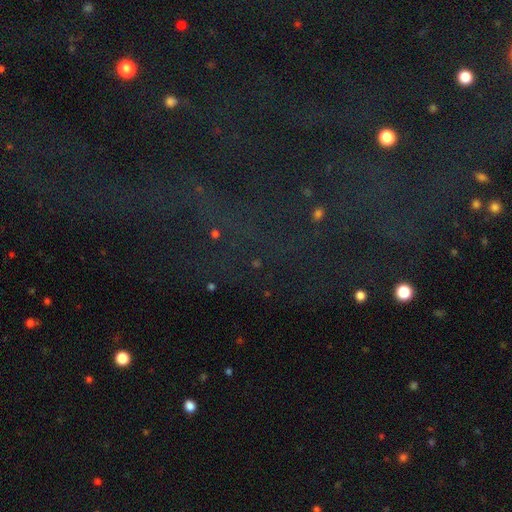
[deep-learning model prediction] Smooth or featured?
  - star or artifact: 74% *
  - smooth: 14%
  - featured or disk: 12%